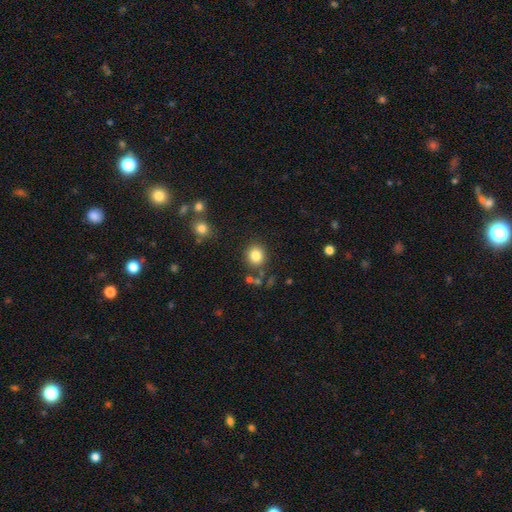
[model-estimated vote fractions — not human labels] A smooth galaxy with no disk features (83%) that is round (82%).

Vote fractions:
- Smooth or featured? smooth: 83% / star or artifact: 11% / featured or disk: 6%
- How rounded? round: 82% / in between: 17% / cigar-shaped: 1%
- Merging? none: 83% / minor disturbance: 9% / merger: 5% / major disturbance: 3%